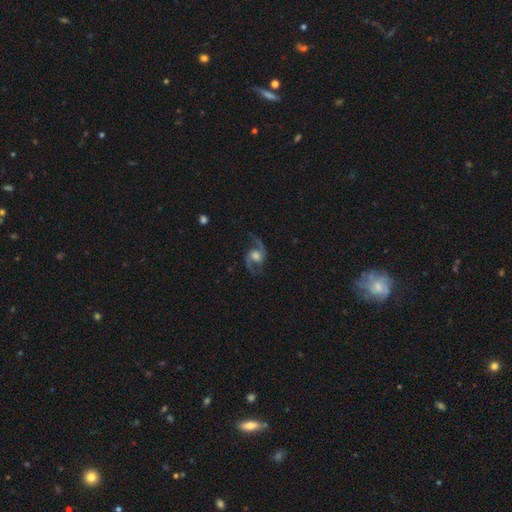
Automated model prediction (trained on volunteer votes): The model was most divided on "spiral winding": loose: 53%, medium: 40%, tight: 6%. Remaining: edge-on disk — no (97%); spiral arms — yes (97%); spiral arm count — 2 (94%); smooth or featured — featured or disk (90%); merging — none (79%); bar — no (52%); bulge size — moderate (50%).